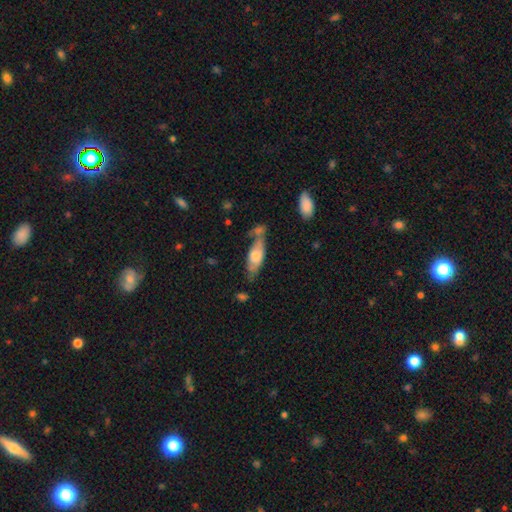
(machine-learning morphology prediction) Smooth or featured? smooth (62%)
How rounded? in between (66%)
Merging? none (45%)